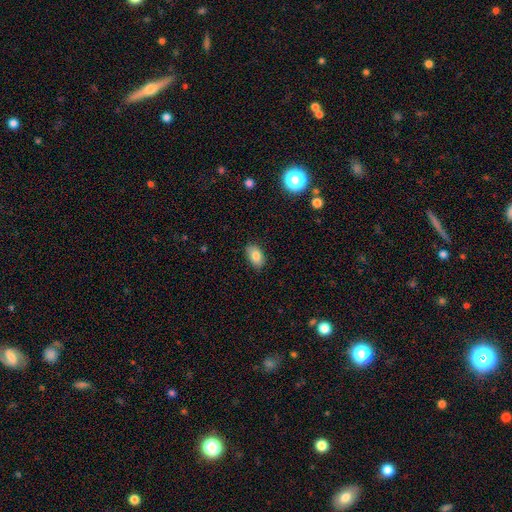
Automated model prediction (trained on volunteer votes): smooth-or-featured: smooth: 83% | featured or disk: 8% | star or artifact: 8%
  how-rounded: in between: 90% | round: 9% | cigar-shaped: 2%
  merging: none: 82% | minor disturbance: 14% | major disturbance: 2% | merger: 1%